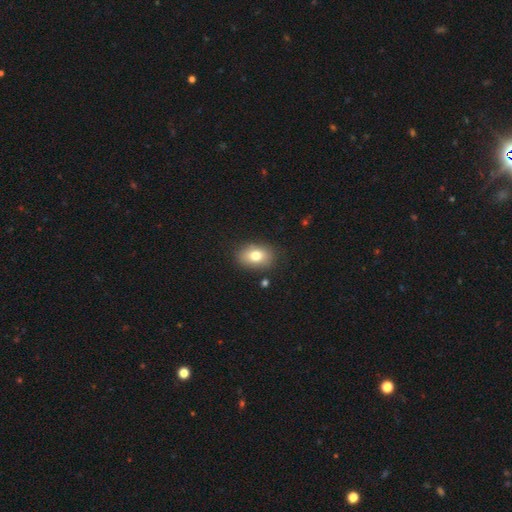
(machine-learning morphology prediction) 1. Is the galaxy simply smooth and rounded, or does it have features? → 78% smooth, 13% featured or disk, 9% star or artifact.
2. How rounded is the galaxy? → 78% in between, 21% round, 1% cigar-shaped.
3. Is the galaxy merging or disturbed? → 82% none, 12% minor disturbance, 3% major disturbance, 2% merger.